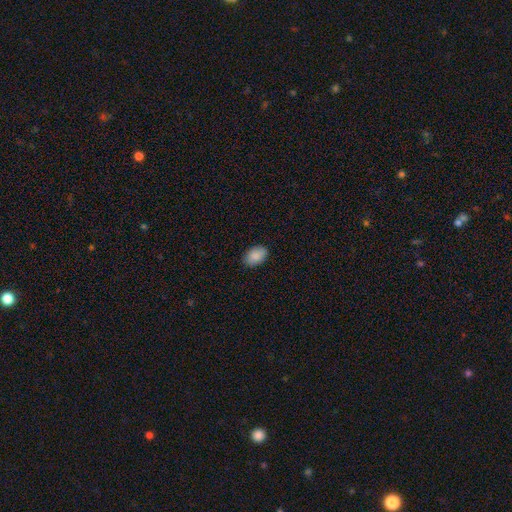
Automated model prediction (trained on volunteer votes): This is clearly a smooth galaxy (89%). How rounded: clearly in between (90%). Merging: clearly none (86%).